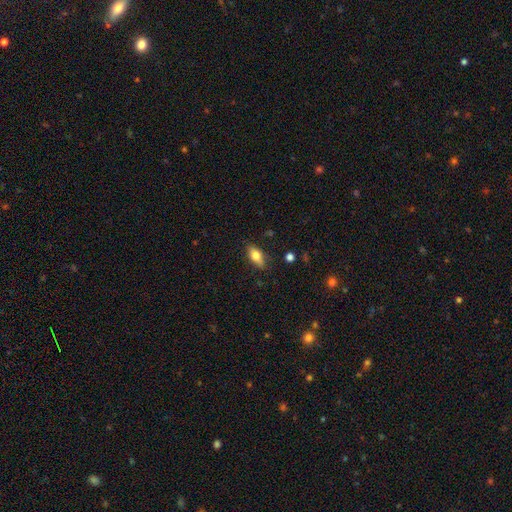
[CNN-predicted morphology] smooth_or_featured: smooth (p=0.71) [alt: featured or disk p=0.22]
how_rounded: in between (p=0.80) [alt: cigar-shaped p=0.16]
merging: none (p=0.82) [alt: minor disturbance p=0.14]